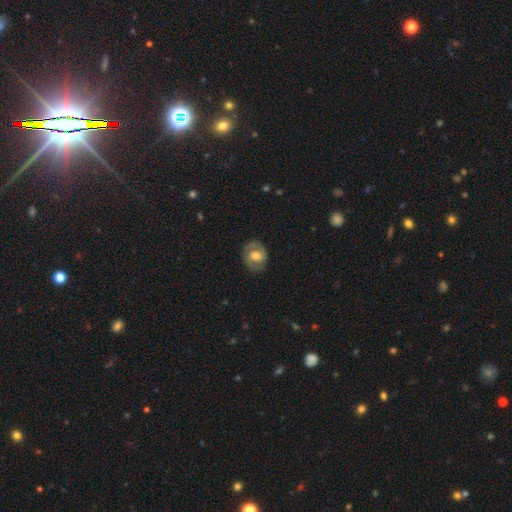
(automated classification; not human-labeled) Smooth or featured: featured or disk — 57% (smooth — 36%)
Edge-on disk: no — 96% (yes — 4%)
Bar: no — 47% (weak — 41%)
Spiral arms: yes — 72% (no — 28%)
Bulge size: moderate — 57% (large — 27%)
Merging: none — 78% (minor disturbance — 15%)